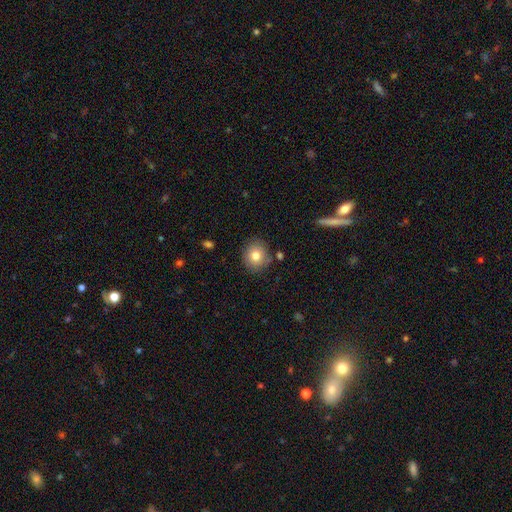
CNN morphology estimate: A smooth galaxy with no disk features (79%) that is round (82%).

Vote fractions:
- Smooth or featured? smooth: 79% / featured or disk: 11% / star or artifact: 10%
- How rounded? round: 82% / in between: 17% / cigar-shaped: 1%
- Merging? none: 84% / minor disturbance: 10% / merger: 3% / major disturbance: 3%